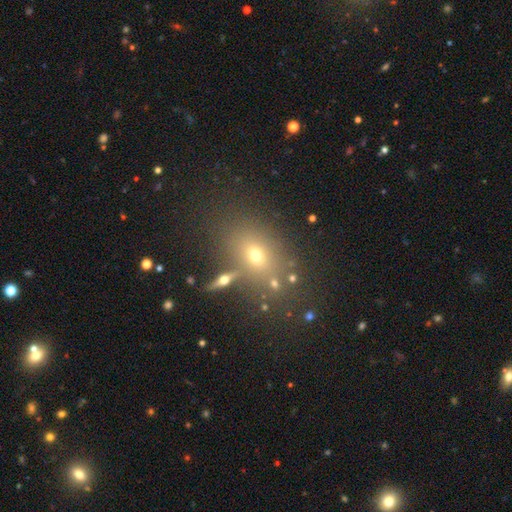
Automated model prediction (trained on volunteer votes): smooth-or-featured: smooth: 61% | star or artifact: 21% | featured or disk: 18%
  how-rounded: in between: 66% | round: 32% | cigar-shaped: 3%
  merging: none: 71% | minor disturbance: 12% | merger: 10% | major disturbance: 6%